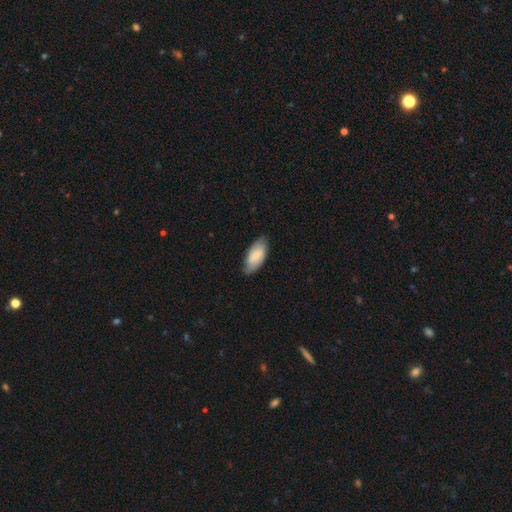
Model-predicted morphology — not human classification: This appears to be a smooth galaxy with no disk features (73%) that is in between round and cigar-shaped (90%). Merging: none (76%).